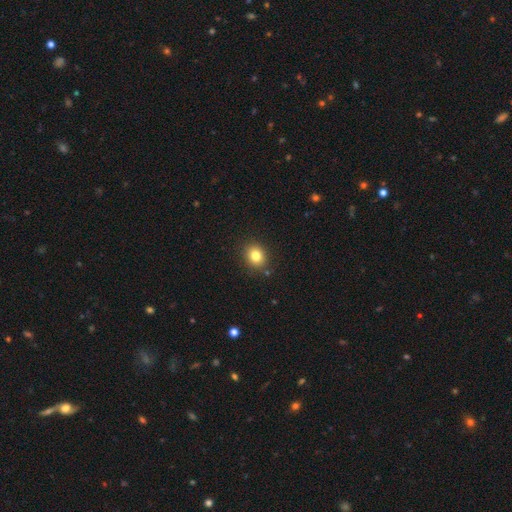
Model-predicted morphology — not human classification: Smooth or featured? Predicted: smooth (p=0.82). How rounded? Predicted: round (p=0.67). Merging? Predicted: none (p=0.88).